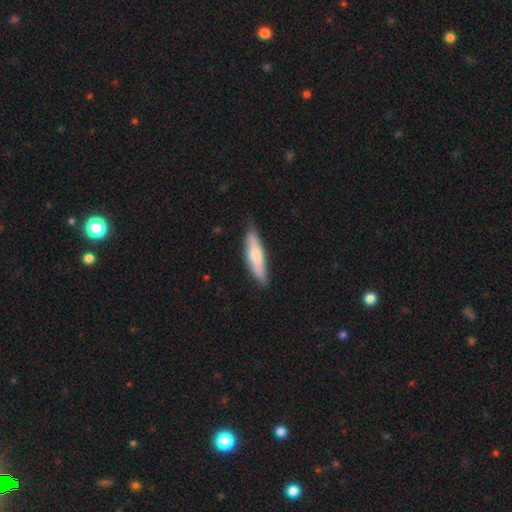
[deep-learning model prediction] Smooth or featured? smooth (67%)
How rounded? cigar-shaped (71%)
Merging? none (77%)